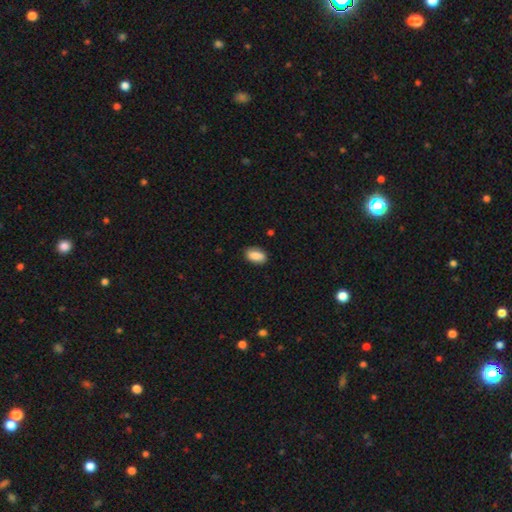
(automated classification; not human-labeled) Smooth or featured? Predicted: smooth (p=0.86). How rounded? Predicted: in between (p=0.91). Merging? Predicted: none (p=0.86).